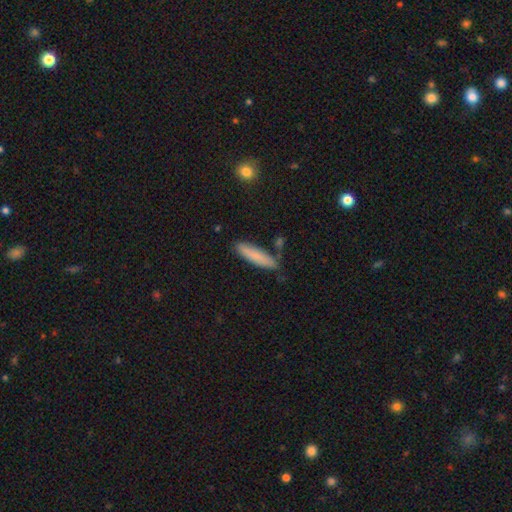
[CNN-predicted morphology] A smooth galaxy with no disk features (82%) that is cigar-shaped (81%).

Vote fractions:
- Smooth or featured? smooth: 82% / featured or disk: 12% / star or artifact: 6%
- How rounded? cigar-shaped: 81% / in between: 18% / round: 1%
- Merging? none: 78% / minor disturbance: 15% / merger: 4% / major disturbance: 3%